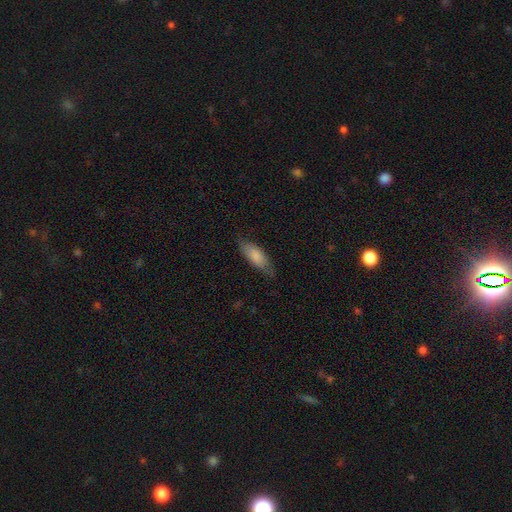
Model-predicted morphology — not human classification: smooth 79%, featured or disk 15%, star or artifact 6%. Down the decision tree: how rounded — in between (68%); merging — none (71%).